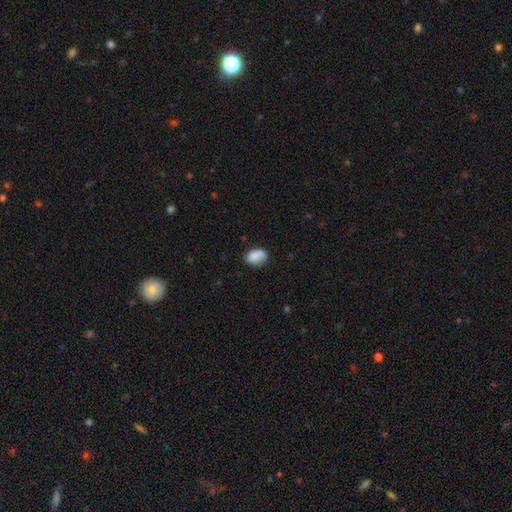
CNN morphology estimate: type=smooth (82%); roundness=in between (75%); merging=none (66%).